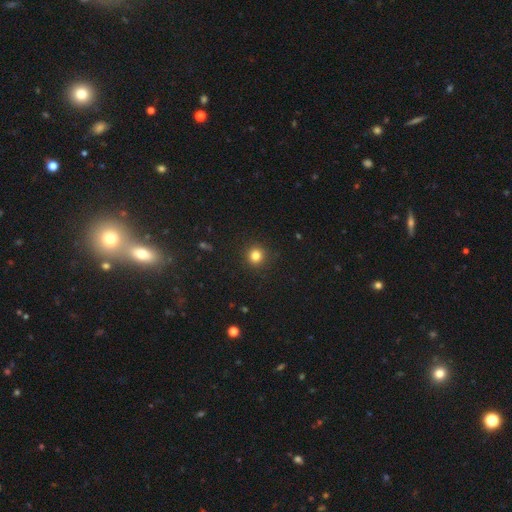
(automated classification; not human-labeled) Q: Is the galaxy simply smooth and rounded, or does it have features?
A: smooth — 82%.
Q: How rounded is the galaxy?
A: round — 93%.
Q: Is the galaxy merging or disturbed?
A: none — 92%.